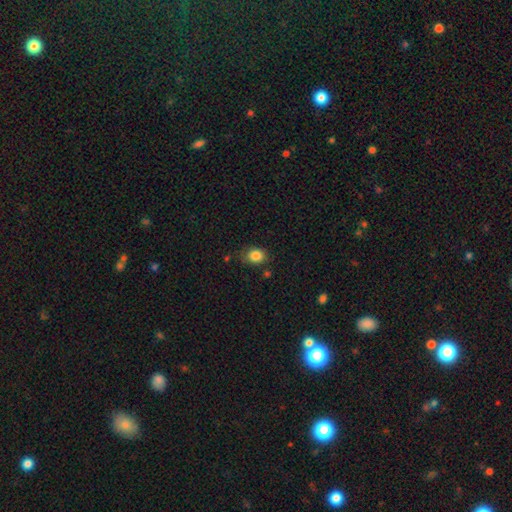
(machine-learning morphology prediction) smooth-or-featured: smooth: 85% | star or artifact: 10% | featured or disk: 5%
  how-rounded: in between: 53% | round: 46% | cigar-shaped: 1%
  merging: none: 76% | minor disturbance: 17% | major disturbance: 4% | merger: 3%